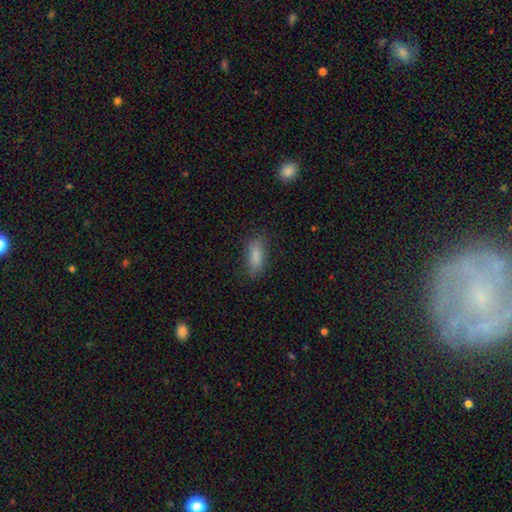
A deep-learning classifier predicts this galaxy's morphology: type=smooth (84%); roundness=in between (79%); merging=none (73%).